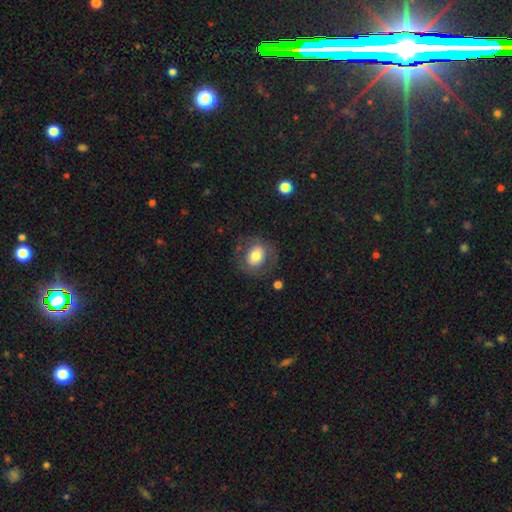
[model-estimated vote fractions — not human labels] Smooth or featured: smooth — 69% (featured or disk — 23%)
How rounded: round — 58% (in between — 41%)
Merging: none — 74% (minor disturbance — 15%)